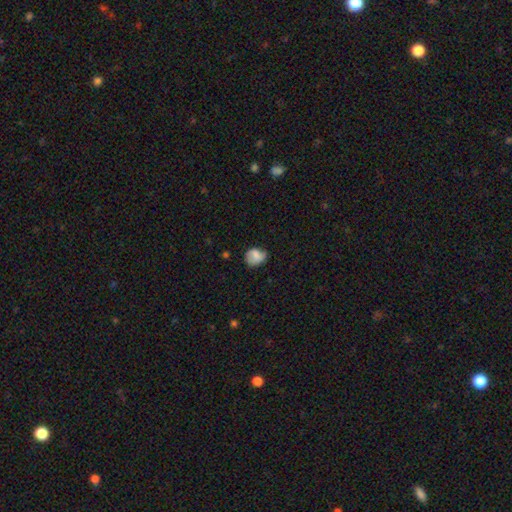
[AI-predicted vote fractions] The model was most divided on "how rounded": round: 57%, in between: 42%, cigar-shaped: 1%. More confident: smooth or featured — smooth (75%); merging — none (56%).